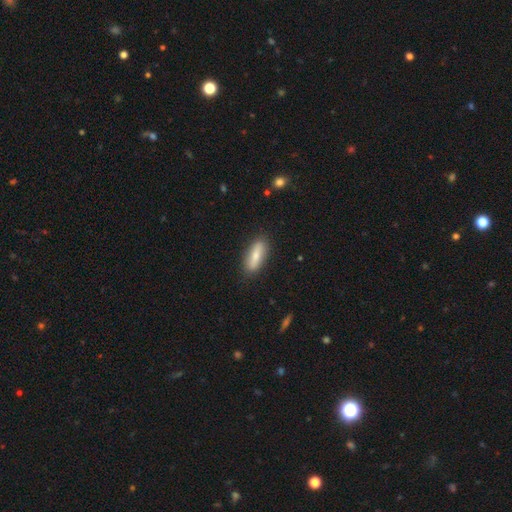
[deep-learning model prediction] This appears to be a smooth galaxy with no disk features (75%) that is in between round and cigar-shaped (59%). Merging: none (86%).